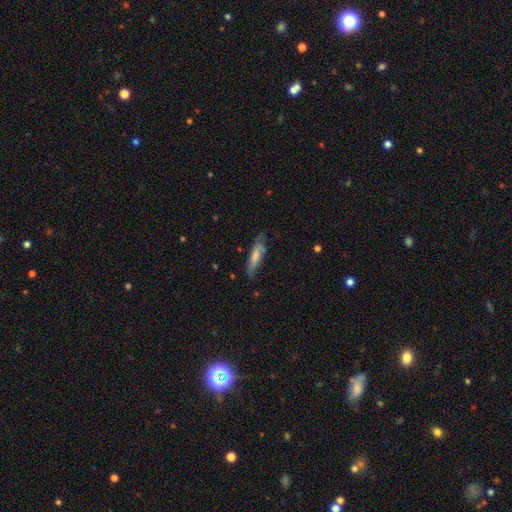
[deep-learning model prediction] Morphology: type=smooth (58%); roundness=cigar-shaped (62%); merging=none (56%).